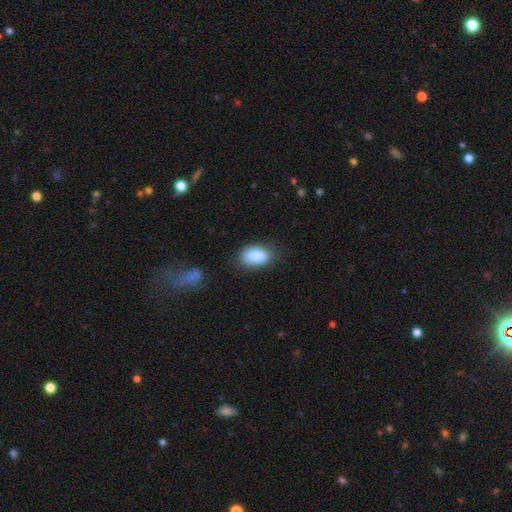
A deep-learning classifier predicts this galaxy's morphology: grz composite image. It shows a smooth galaxy with no disk features (86%) that is in between round and cigar-shaped (90%). Merging: none (71%).